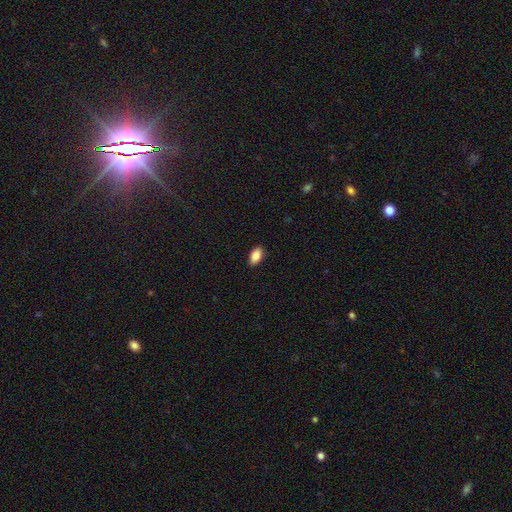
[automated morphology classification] type=smooth (87%); roundness=in between (92%); merging=none (89%).